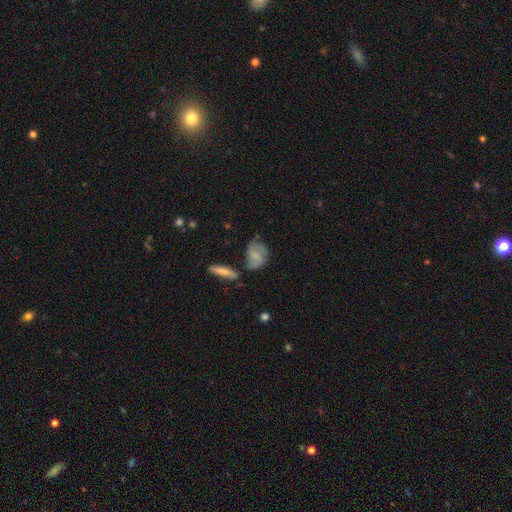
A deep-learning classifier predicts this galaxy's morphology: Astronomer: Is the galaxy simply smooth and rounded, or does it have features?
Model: smooth — 54% (runner-up: featured or disk, 38%).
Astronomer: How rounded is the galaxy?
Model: in between — 71%.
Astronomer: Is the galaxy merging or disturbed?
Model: none — 52%.